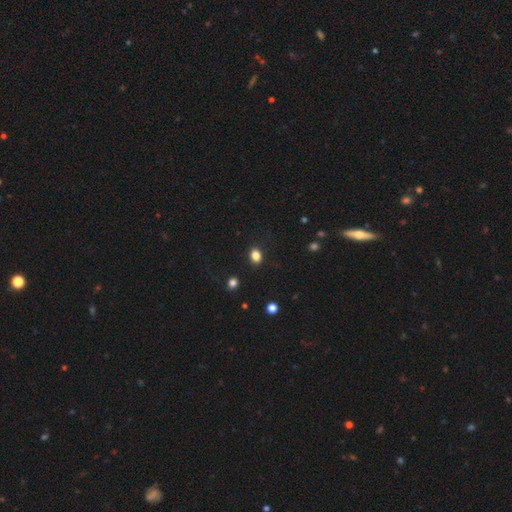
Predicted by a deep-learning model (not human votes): Smooth or featured?
  - smooth: 84% *
  - star or artifact: 11%
  - featured or disk: 5%
How rounded?
  - in between: 64% *
  - round: 34%
  - cigar-shaped: 1%
Merging?
  - none: 86% *
  - minor disturbance: 10%
  - major disturbance: 3%
  - merger: 1%